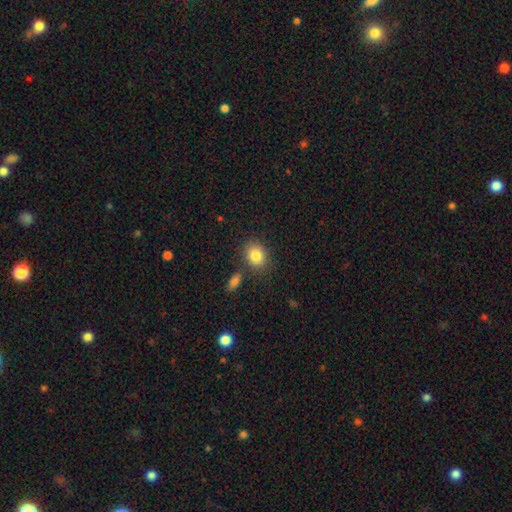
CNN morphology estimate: Smooth or featured: smooth — 83% (star or artifact — 9%)
How rounded: round — 54% (in between — 45%)
Merging: none — 77% (minor disturbance — 11%)